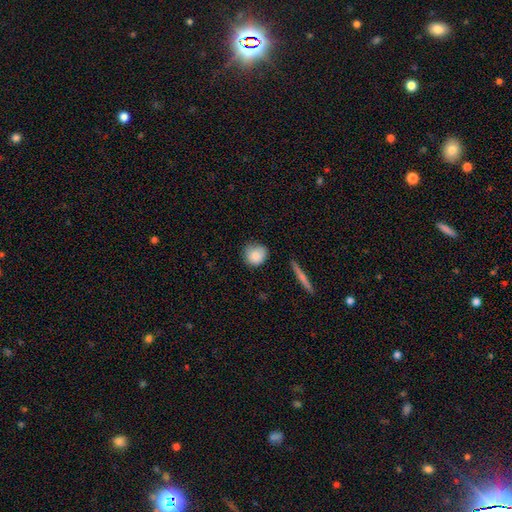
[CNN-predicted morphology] The model was most divided on "merging": none: 73%, minor disturbance: 21%, major disturbance: 4%, merger: 2%. More confident: how rounded — round (86%); smooth or featured — smooth (84%).